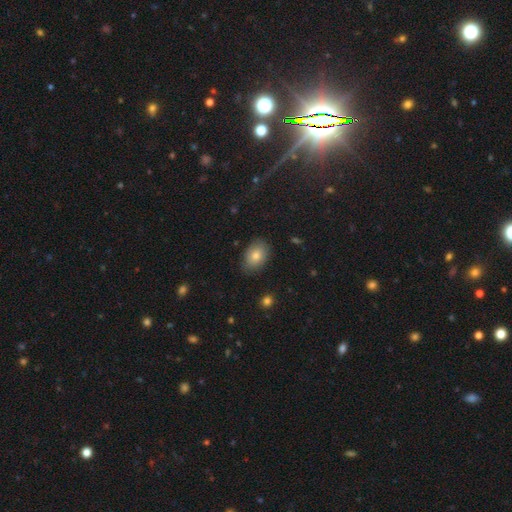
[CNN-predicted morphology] smooth-or-featured: smooth: 80% | featured or disk: 12% | star or artifact: 8%
  how-rounded: in between: 84% | round: 15% | cigar-shaped: 1%
  merging: none: 79% | minor disturbance: 17% | major disturbance: 3% | merger: 1%